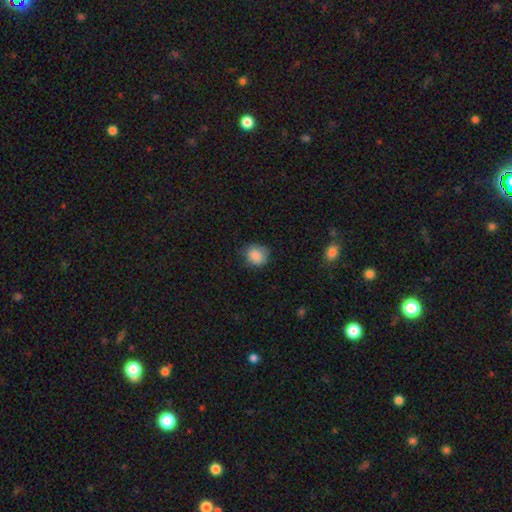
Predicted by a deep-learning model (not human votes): smooth_or_featured: smooth (p=0.87) [alt: star or artifact p=0.08]
how_rounded: round (p=0.79) [alt: in between p=0.20]
merging: none (p=0.74) [alt: minor disturbance p=0.20]